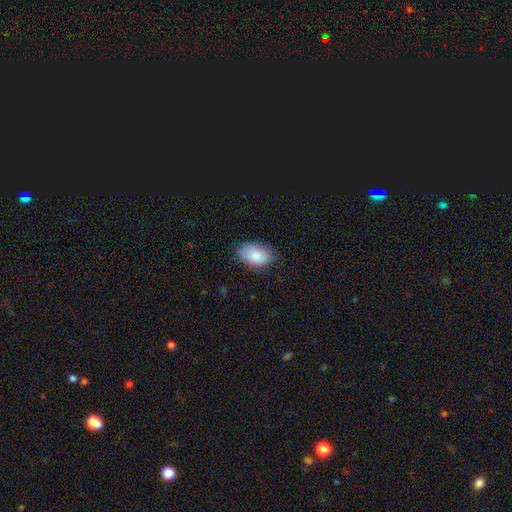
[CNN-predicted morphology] Smooth or featured?
  - smooth: 85% *
  - featured or disk: 8%
  - star or artifact: 7%
How rounded?
  - in between: 92% *
  - round: 7%
  - cigar-shaped: 1%
Merging?
  - none: 78% *
  - minor disturbance: 18%
  - major disturbance: 3%
  - merger: 1%